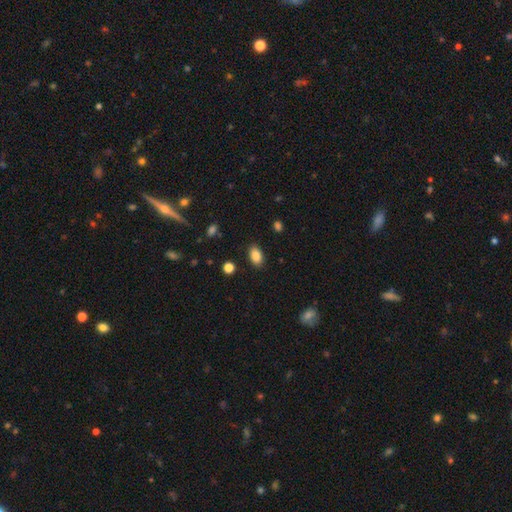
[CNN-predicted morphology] Smooth or featured: smooth — 87% (star or artifact — 9%)
How rounded: in between — 90% (round — 8%)
Merging: none — 87% (minor disturbance — 9%)